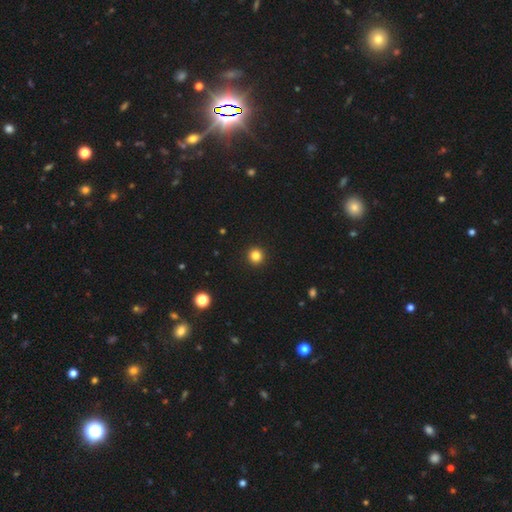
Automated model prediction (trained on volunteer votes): Q: Smooth or featured?
A: smooth (84%); runner-up: star or artifact (12%)
Q: How rounded?
A: round (95%); runner-up: in between (5%)
Q: Merging?
A: none (94%); runner-up: minor disturbance (4%)